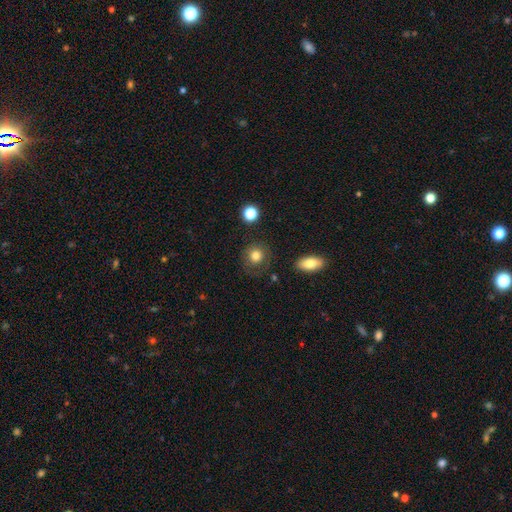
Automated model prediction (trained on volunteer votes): A smooth galaxy with no disk features (80%) that is round (85%).

Vote fractions:
- Smooth or featured? smooth: 80% / featured or disk: 10% / star or artifact: 10%
- How rounded? round: 85% / in between: 14% / cigar-shaped: 1%
- Merging? none: 76% / minor disturbance: 15% / major disturbance: 7% / merger: 3%